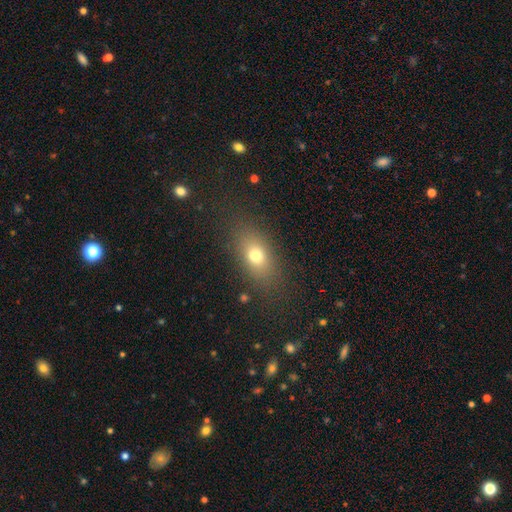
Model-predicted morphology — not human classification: Q: Smooth or featured?
A: smooth (74%); runner-up: featured or disk (14%)
Q: How rounded?
A: in between (77%); runner-up: round (15%)
Q: Merging?
A: none (82%); runner-up: minor disturbance (11%)